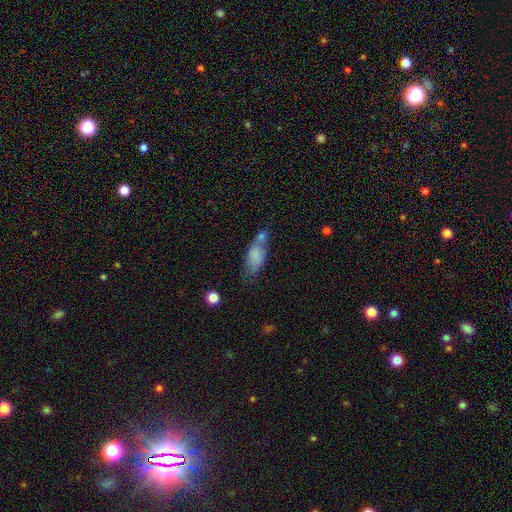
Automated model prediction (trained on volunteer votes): Smooth or featured: smooth — 74% (featured or disk — 17%)
How rounded: in between — 77% (cigar-shaped — 19%)
Merging: none — 43% (merger — 25%)